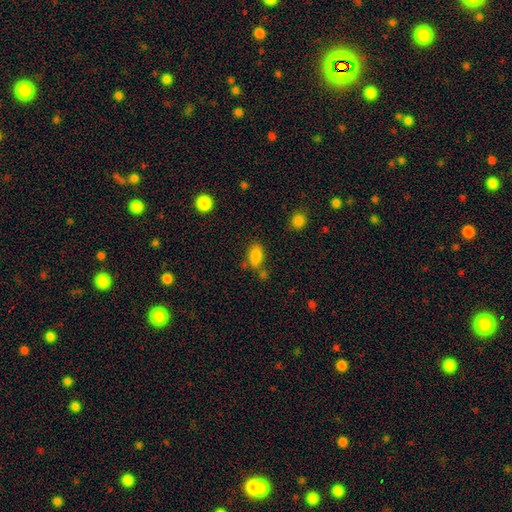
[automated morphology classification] A smooth galaxy with no disk features (84%) that is in between round and cigar-shaped (88%). Merging: none (62%).